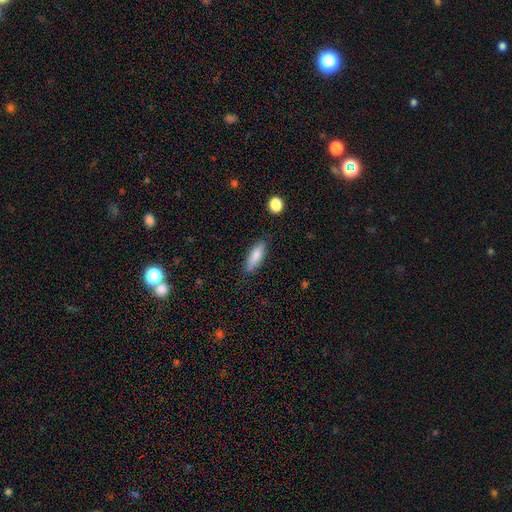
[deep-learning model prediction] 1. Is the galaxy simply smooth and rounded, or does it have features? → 80% smooth, 13% featured or disk, 7% star or artifact.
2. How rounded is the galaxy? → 50% in between, 48% cigar-shaped, 2% round.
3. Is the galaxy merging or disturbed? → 81% none, 14% minor disturbance, 3% major disturbance, 2% merger.